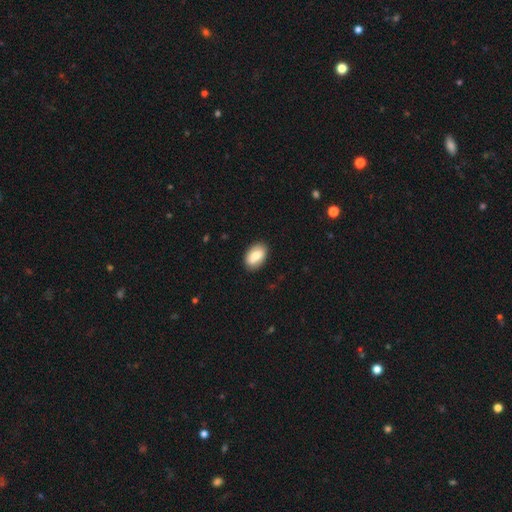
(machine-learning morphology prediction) This appears to be a smooth galaxy with no disk features (75%) that is in between round and cigar-shaped (89%). Merging: none (86%).